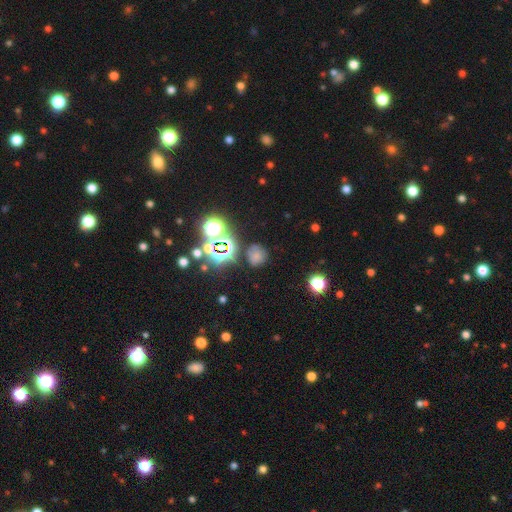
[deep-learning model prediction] Smooth or featured: smooth — 58% (star or artifact — 32%)
How rounded: round — 83% (in between — 15%)
Merging: none — 69% (minor disturbance — 16%)